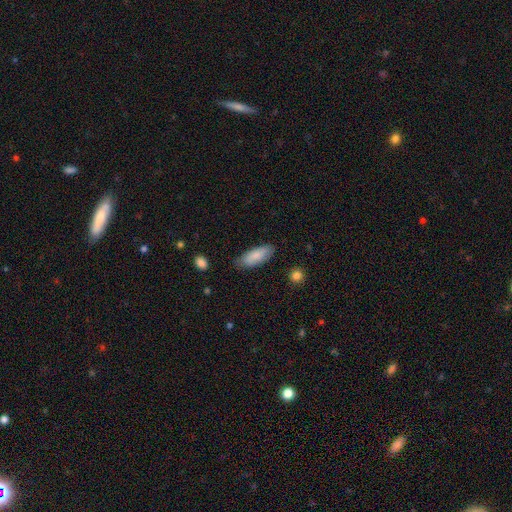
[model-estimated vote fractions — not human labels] This appears to be a smooth galaxy with no disk features (85%) that is in between round and cigar-shaped (73%). Merging: none (81%).